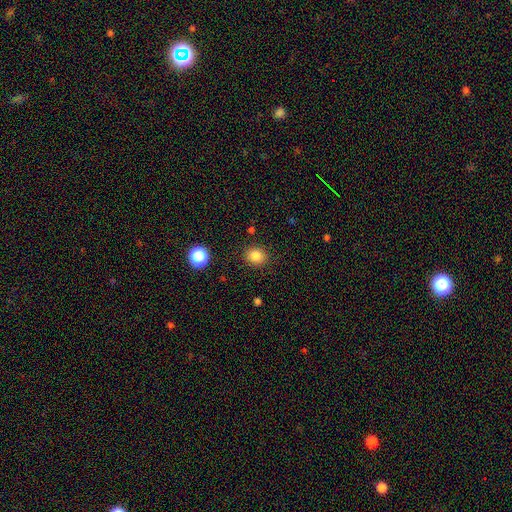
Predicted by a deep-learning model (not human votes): Overall: smooth (84%). How rounded: round (75%). Merging: none (87%).